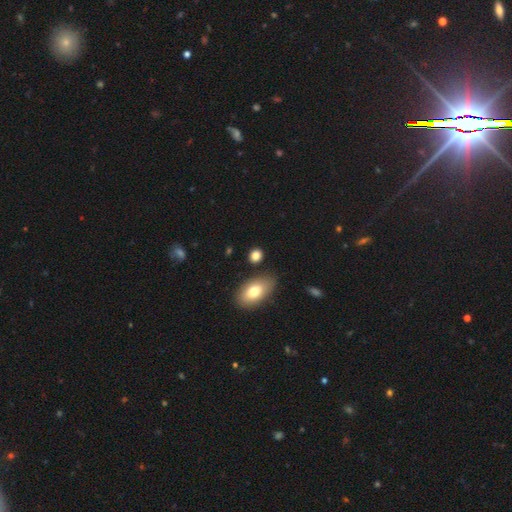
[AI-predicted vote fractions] The model was most divided on "how rounded": round: 57%, in between: 40%, cigar-shaped: 3%. More confident: smooth or featured — smooth (81%); merging — none (80%).